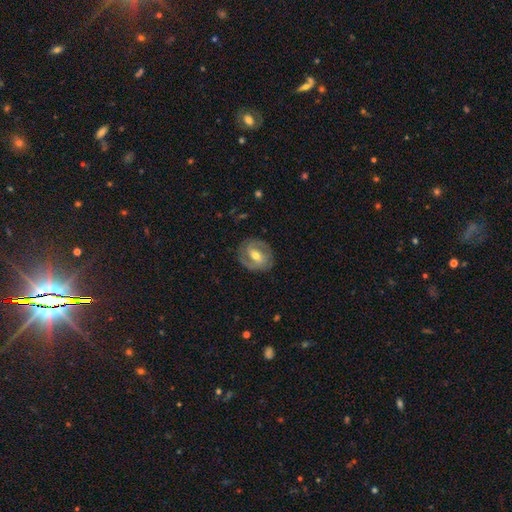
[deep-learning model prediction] Smooth or featured? featured or disk (75%)
Edge-on disk? no (96%)
Bar? weak (43%)
Spiral arms? yes (83%)
Spiral winding? tight (45%)
Spiral arm count? 2 (81%)
Bulge size? moderate (67%)
Merging? none (81%)